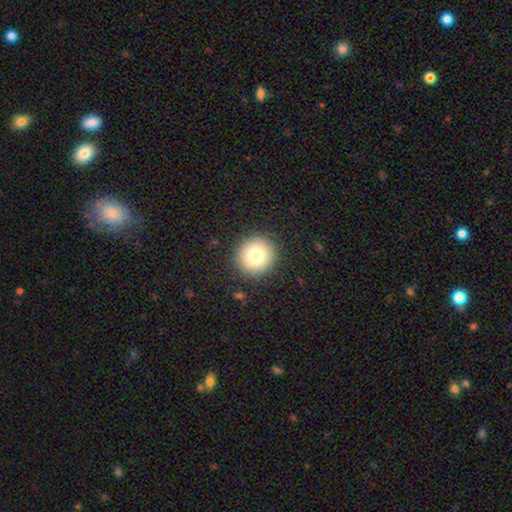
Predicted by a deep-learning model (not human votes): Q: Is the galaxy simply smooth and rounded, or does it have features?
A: smooth — 77%.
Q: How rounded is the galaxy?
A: round — 93%.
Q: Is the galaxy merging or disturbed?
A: none — 91%.